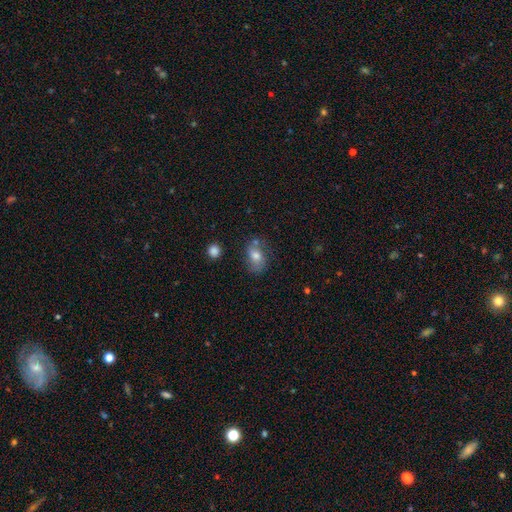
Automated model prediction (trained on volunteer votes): A smooth galaxy with no disk features (60%) that is in between round and cigar-shaped (71%).

Vote fractions:
- Smooth or featured? smooth: 60% / featured or disk: 28% / star or artifact: 12%
- How rounded? in between: 71% / round: 27% / cigar-shaped: 2%
- Merging? none: 58% / minor disturbance: 22% / merger: 11% / major disturbance: 9%